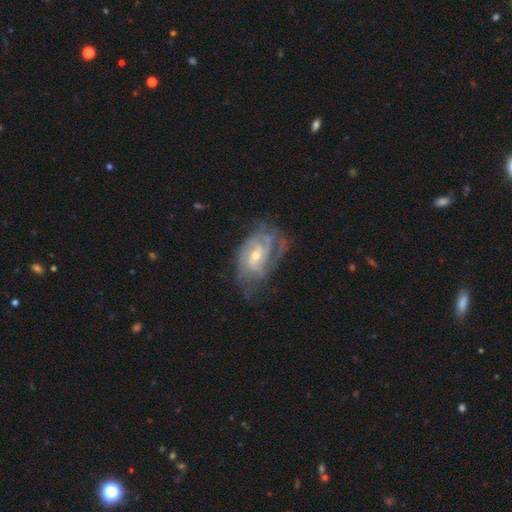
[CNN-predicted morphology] Smooth or featured? featured or disk (81%)
Edge-on disk? no (96%)
Bar? no (52%)
Spiral arms? yes (89%)
Spiral winding? tight (54%)
Spiral arm count? can't tell (40%)
Bulge size? small (55%)
Merging? none (53%)